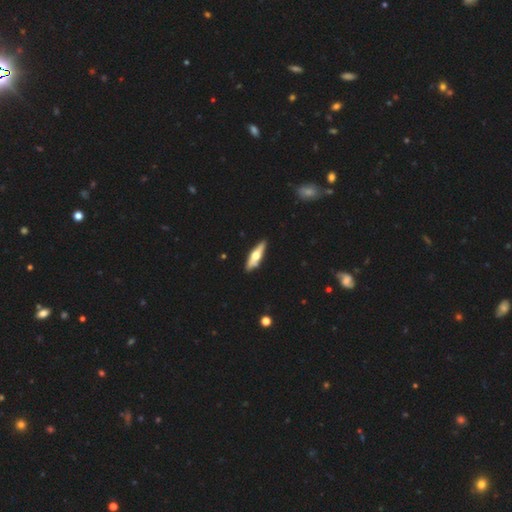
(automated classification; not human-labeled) This appears to be a featured or disk galaxy (54%) viewed edge-on (89%). Merging: none (87%).